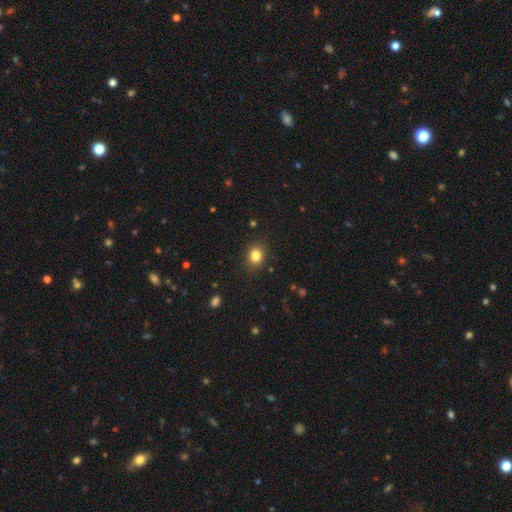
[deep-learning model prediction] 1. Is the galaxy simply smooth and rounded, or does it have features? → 83% smooth, 11% star or artifact, 5% featured or disk.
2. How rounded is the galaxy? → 64% round, 35% in between, 1% cigar-shaped.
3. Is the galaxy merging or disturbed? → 88% none, 9% minor disturbance, 3% major disturbance, 1% merger.